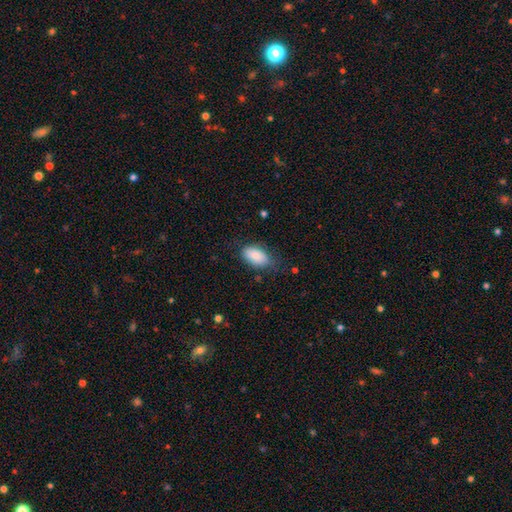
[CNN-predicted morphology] A smooth galaxy with no disk features (85%) that is in between round and cigar-shaped (93%). Merging: none (64%).